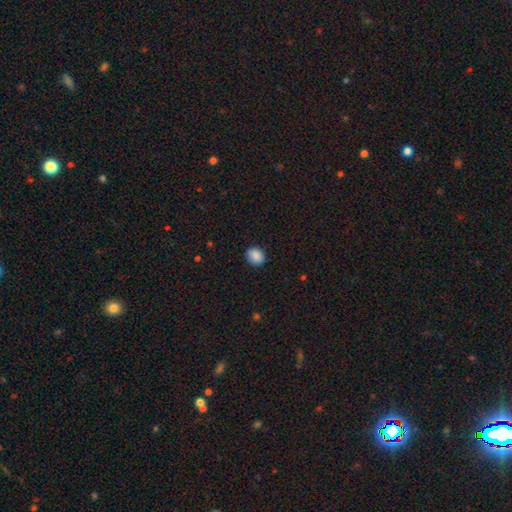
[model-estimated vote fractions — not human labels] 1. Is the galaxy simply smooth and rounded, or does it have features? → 89% smooth, 8% star or artifact, 3% featured or disk.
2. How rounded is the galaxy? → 64% round, 35% in between, 1% cigar-shaped.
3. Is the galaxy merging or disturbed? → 87% none, 10% minor disturbance, 2% major disturbance, 1% merger.